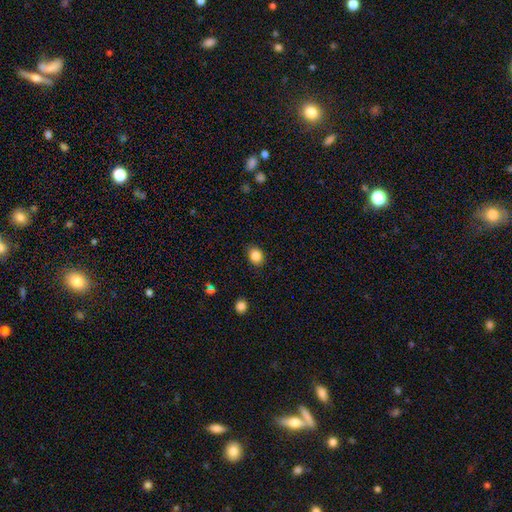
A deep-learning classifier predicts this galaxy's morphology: The model was most divided on "how rounded": round: 54%, in between: 45%, cigar-shaped: 1%. More confident: merging — none (86%); smooth or featured — smooth (86%).